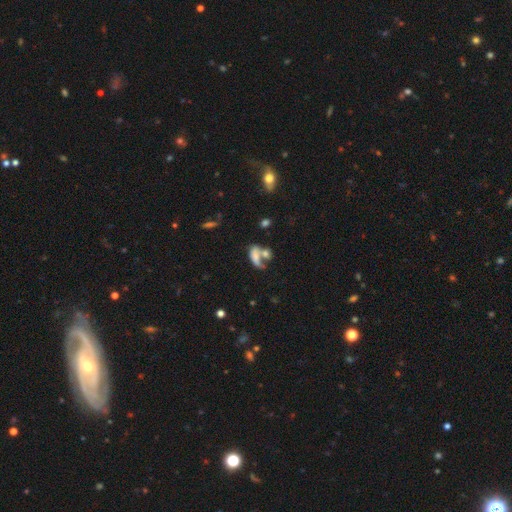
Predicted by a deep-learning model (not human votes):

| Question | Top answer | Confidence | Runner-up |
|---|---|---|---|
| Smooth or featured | smooth | 65% | featured or disk (23%) |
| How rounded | in between | 78% | cigar-shaped (12%) |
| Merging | merger | 51% | none (24%) |